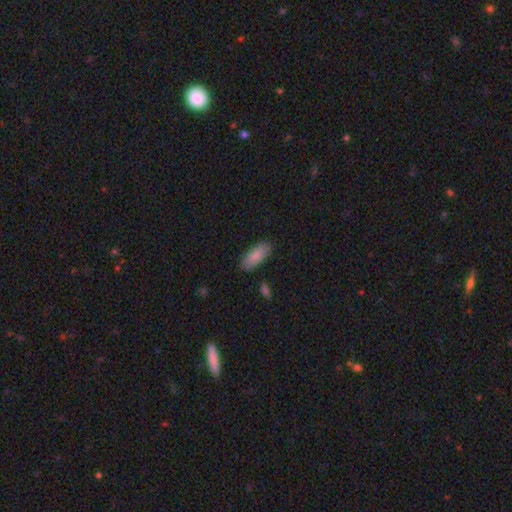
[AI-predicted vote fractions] Q: Smooth or featured?
A: smooth (86%); runner-up: featured or disk (9%)
Q: How rounded?
A: in between (83%); runner-up: cigar-shaped (15%)
Q: Merging?
A: none (86%); runner-up: minor disturbance (10%)